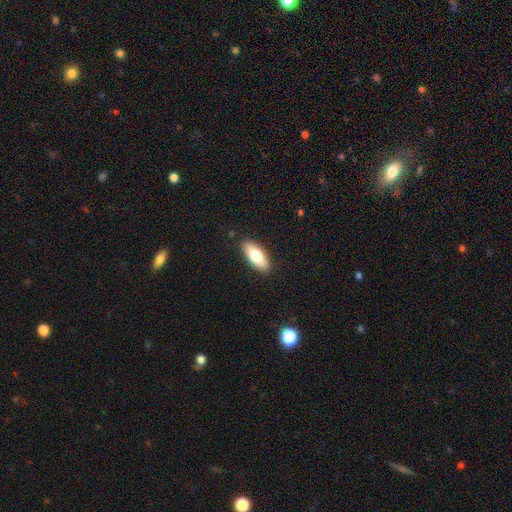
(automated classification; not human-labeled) This appears to be a smooth galaxy with no disk features (77%) that is in between round and cigar-shaped (81%). Merging: none (88%).